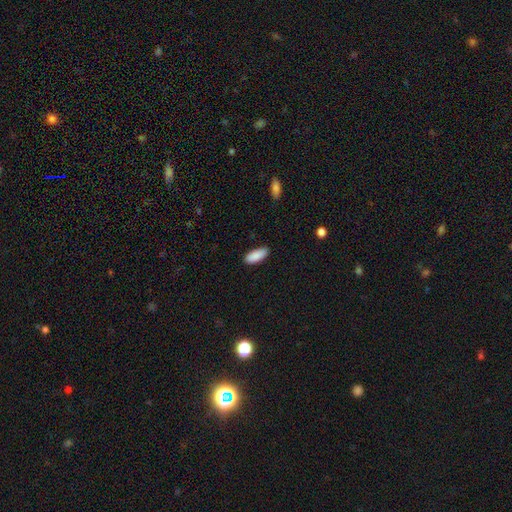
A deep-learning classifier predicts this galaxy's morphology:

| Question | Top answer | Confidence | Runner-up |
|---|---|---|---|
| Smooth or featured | smooth | 90% | star or artifact (6%) |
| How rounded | in between | 80% | cigar-shaped (18%) |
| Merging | none | 87% | minor disturbance (10%) |